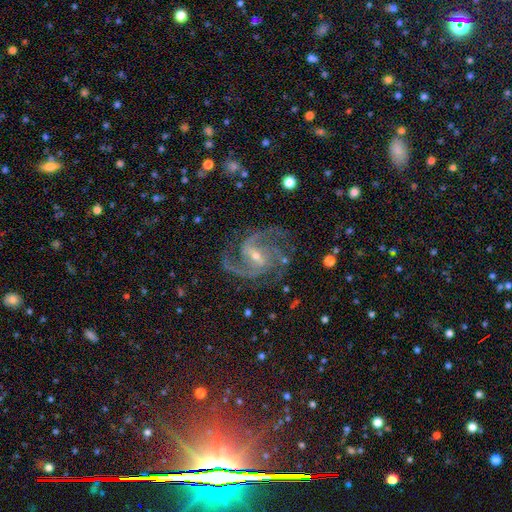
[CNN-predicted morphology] This appears to be a featured or disk galaxy (91%) with a weak bar (47%), 2 (46%) medium (60%) spiral arms (98%) and a small central bulge (64%). Merging: none (74%).